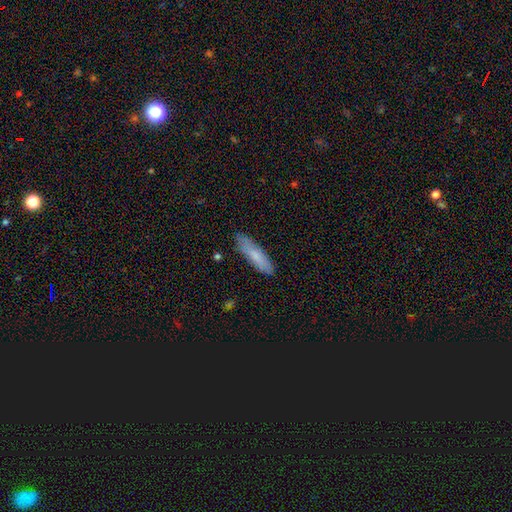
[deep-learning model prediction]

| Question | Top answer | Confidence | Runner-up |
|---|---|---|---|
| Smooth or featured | smooth | 76% | featured or disk (18%) |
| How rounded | cigar-shaped | 71% | in between (28%) |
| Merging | none | 83% | minor disturbance (13%) |